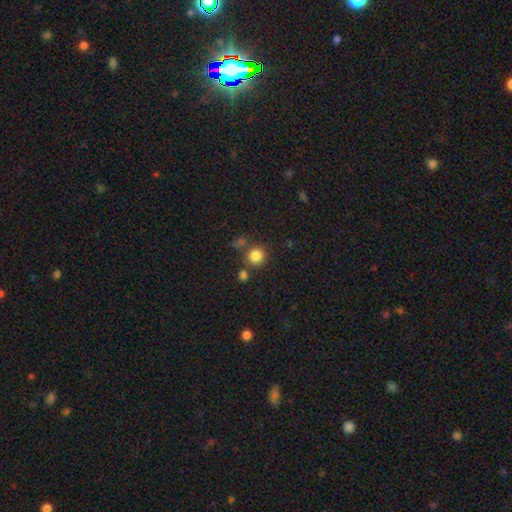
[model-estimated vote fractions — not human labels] This is clearly a smooth galaxy (83%). How rounded: clearly round (90%). Merging: likely none (75%).